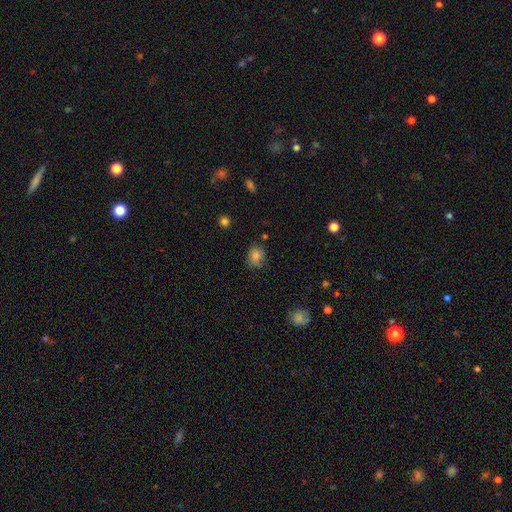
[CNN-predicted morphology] Smooth or featured?
  - smooth: 77% *
  - star or artifact: 13%
  - featured or disk: 11%
How rounded?
  - round: 73% *
  - in between: 26%
  - cigar-shaped: 1%
Merging?
  - none: 73% *
  - minor disturbance: 20%
  - major disturbance: 4%
  - merger: 2%